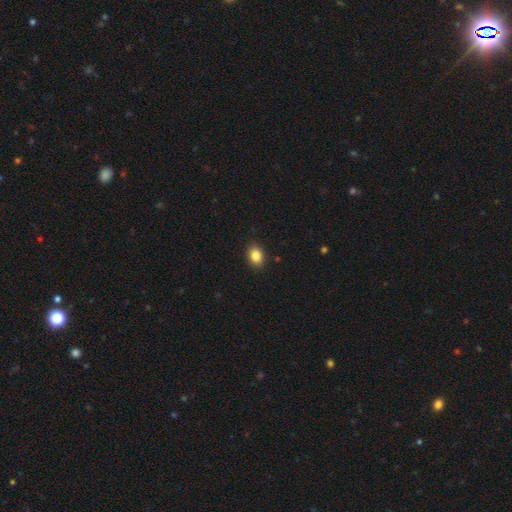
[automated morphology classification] This appears to be a smooth galaxy with no disk features (86%) that is in between round and cigar-shaped (69%). Merging: none (89%).